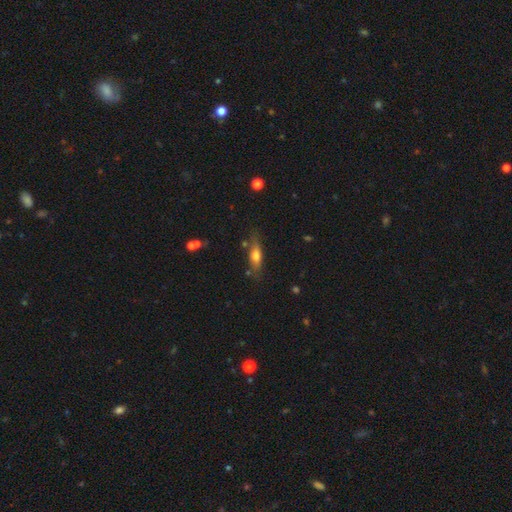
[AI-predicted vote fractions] Q: Smooth or featured?
A: smooth (57%); runner-up: featured or disk (35%)
Q: How rounded?
A: in between (50%); runner-up: cigar-shaped (47%)
Q: Merging?
A: none (70%); runner-up: minor disturbance (19%)